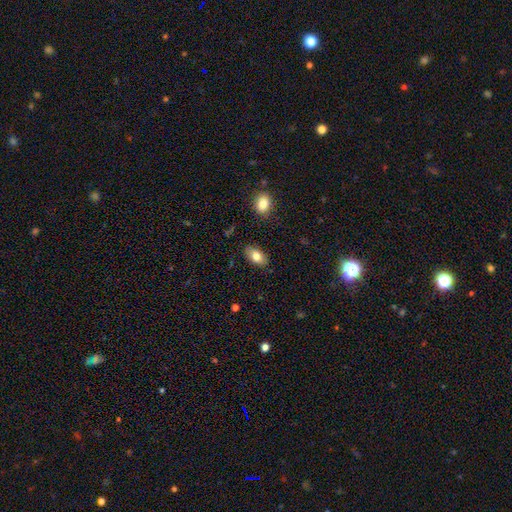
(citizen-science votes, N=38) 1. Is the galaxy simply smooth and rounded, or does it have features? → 84% smooth, 8% featured or disk, 8% star or artifact.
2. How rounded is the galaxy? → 97% in between, 3% round, 0% cigar-shaped.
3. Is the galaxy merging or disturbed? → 89% none, 11% minor disturbance, 0% major disturbance, 0% merger.